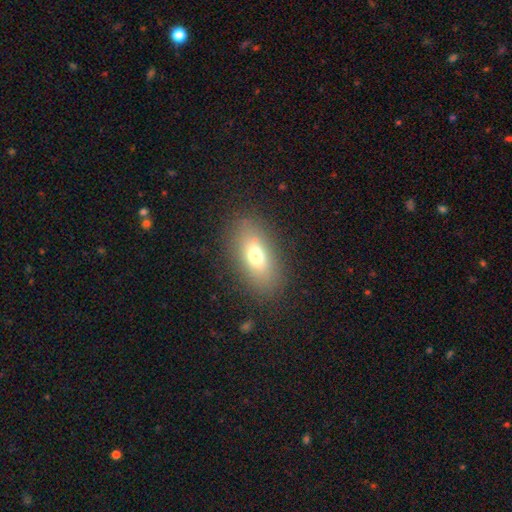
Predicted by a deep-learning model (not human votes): Morphology: type=smooth (70%); roundness=in between (83%); merging=none (84%).